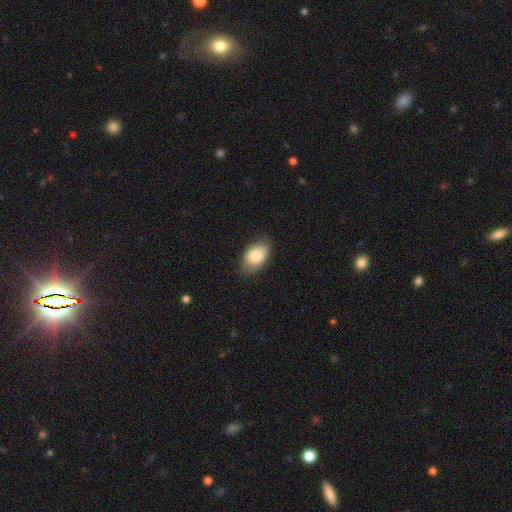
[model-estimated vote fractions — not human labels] This appears to be a smooth galaxy with no disk features (81%) that is in between round and cigar-shaped (89%). Merging: none (79%).